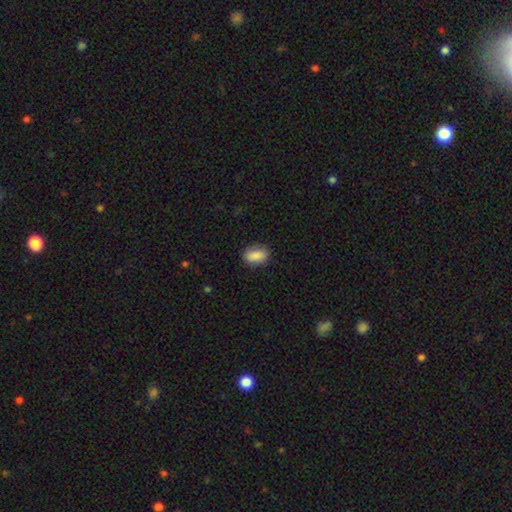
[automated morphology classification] Smooth or featured?
  - smooth: 86% *
  - star or artifact: 7%
  - featured or disk: 6%
How rounded?
  - in between: 85% *
  - round: 11%
  - cigar-shaped: 4%
Merging?
  - none: 84% *
  - minor disturbance: 12%
  - major disturbance: 3%
  - merger: 1%